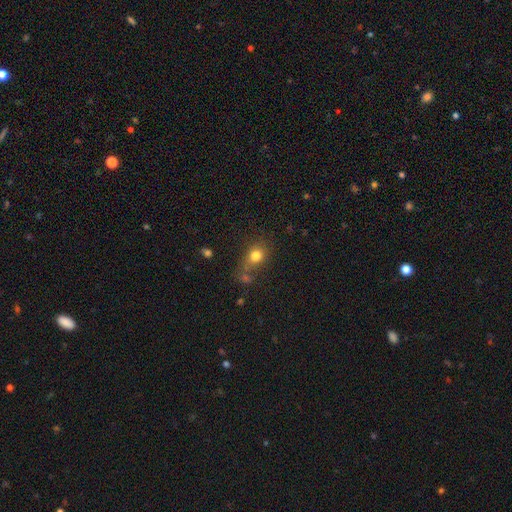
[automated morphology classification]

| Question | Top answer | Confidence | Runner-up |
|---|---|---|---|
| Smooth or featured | smooth | 80% | star or artifact (12%) |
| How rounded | round | 61% | in between (37%) |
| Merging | none | 58% | minor disturbance (17%) |